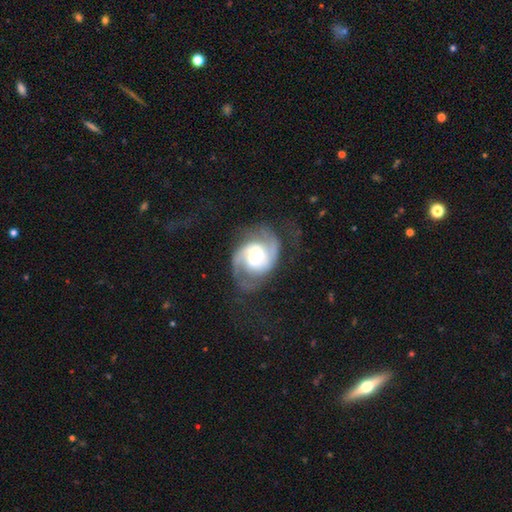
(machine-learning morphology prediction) Q: Smooth or featured?
A: featured or disk (87%); runner-up: smooth (8%)
Q: Edge-on disk?
A: no (98%); runner-up: yes (2%)
Q: Bar?
A: no (43%); tied with: weak (43%)
Q: Spiral arms?
A: yes (97%); runner-up: no (3%)
Q: Spiral winding?
A: medium (52%); runner-up: tight (29%)
Q: Spiral arm count?
A: 2 (83%); runner-up: can't tell (6%)
Q: Bulge size?
A: moderate (57%); runner-up: large (22%)
Q: Merging?
A: none (62%); runner-up: minor disturbance (19%)